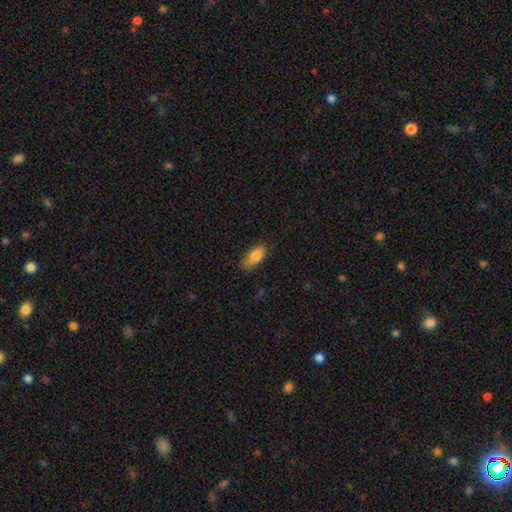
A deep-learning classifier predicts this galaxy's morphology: The model was most divided on "merging": none: 76%, minor disturbance: 19%, major disturbance: 4%, merger: 1%. More confident: how rounded — in between (84%); smooth or featured — smooth (80%).